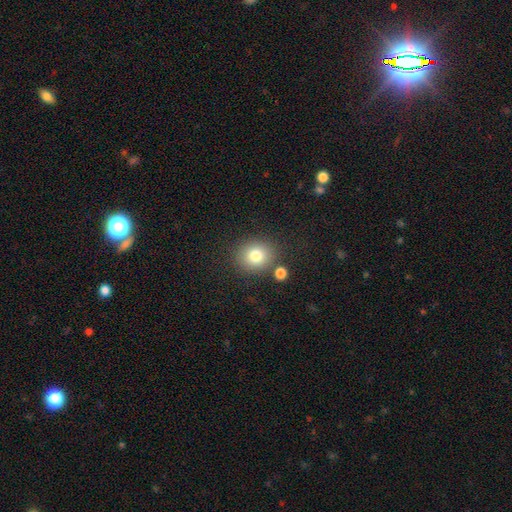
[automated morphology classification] The model was most divided on "how rounded": round: 77%, in between: 22%, cigar-shaped: 1%. More confident: smooth or featured — smooth (80%); merging — none (80%).